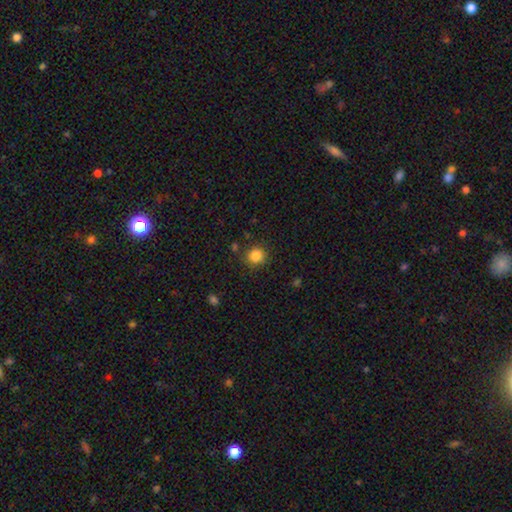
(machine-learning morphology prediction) The model was most divided on "smooth or featured": smooth: 84%, star or artifact: 11%, featured or disk: 5%. More confident: how rounded — round (89%); merging — none (85%).